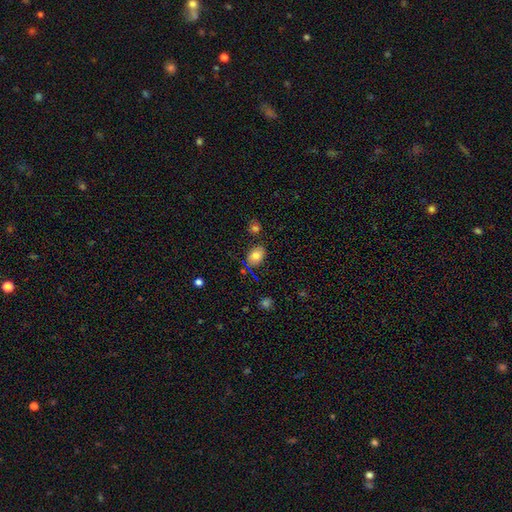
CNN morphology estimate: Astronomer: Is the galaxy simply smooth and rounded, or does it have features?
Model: smooth — 77%.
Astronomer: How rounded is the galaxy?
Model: in between — 74%.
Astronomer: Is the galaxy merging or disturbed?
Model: none — 79%.